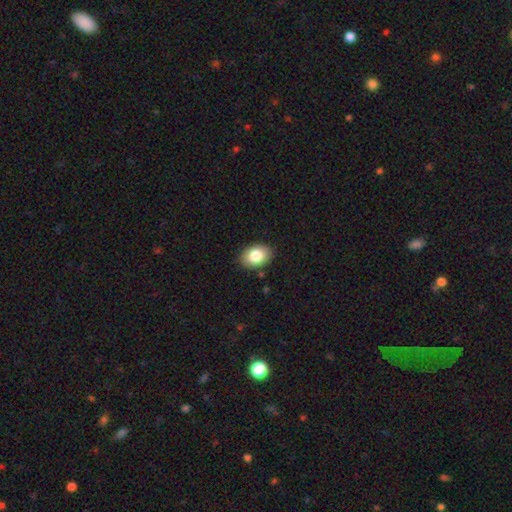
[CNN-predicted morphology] type=smooth (83%); roundness=in between (81%); merging=none (87%).